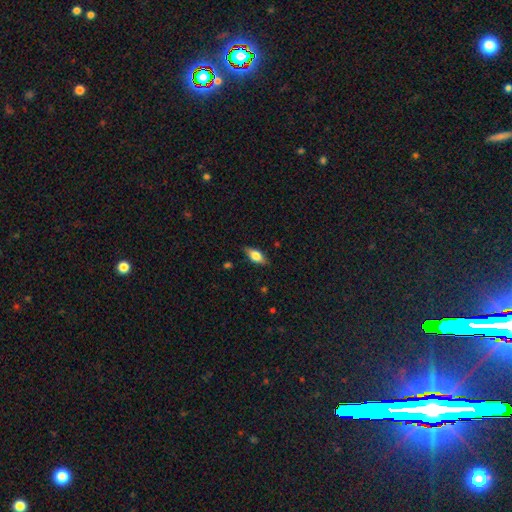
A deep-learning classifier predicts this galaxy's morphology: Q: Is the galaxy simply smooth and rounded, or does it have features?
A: smooth — 68%.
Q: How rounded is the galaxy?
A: in between — 82%.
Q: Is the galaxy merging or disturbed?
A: none — 83%.